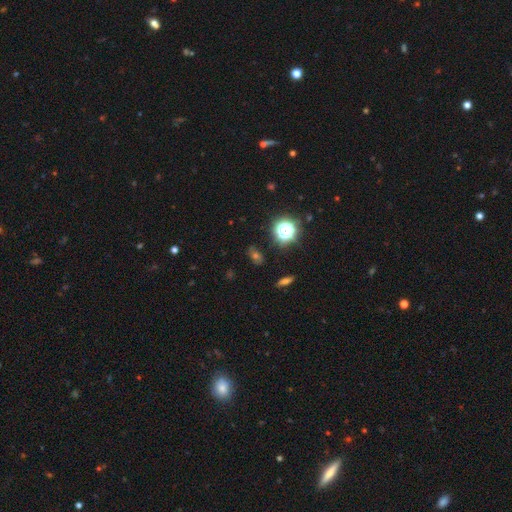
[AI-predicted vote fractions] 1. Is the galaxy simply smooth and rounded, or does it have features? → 47% star or artifact, 38% smooth, 15% featured or disk.